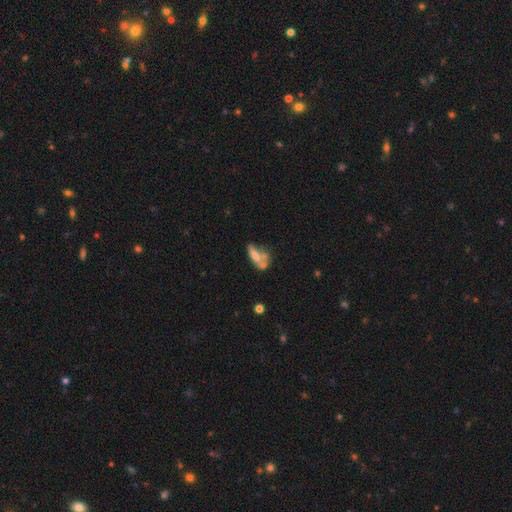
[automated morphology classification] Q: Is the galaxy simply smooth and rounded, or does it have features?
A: smooth — 51%.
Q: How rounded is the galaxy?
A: in between — 71%.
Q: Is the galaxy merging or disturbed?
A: merger — 44%.